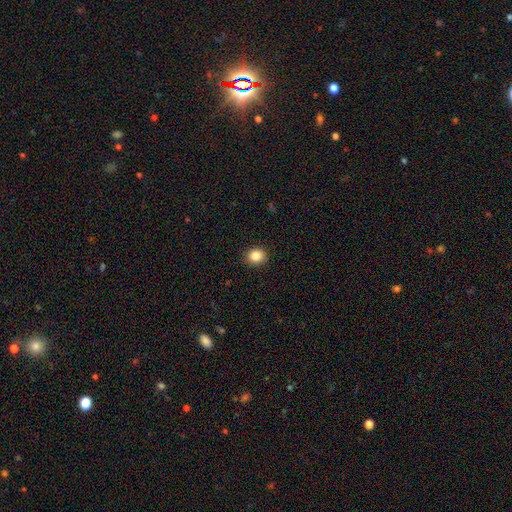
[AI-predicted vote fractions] The model was most divided on "how rounded": round: 72%, in between: 27%, cigar-shaped: 1%. More confident: merging — none (90%); smooth or featured — smooth (86%).